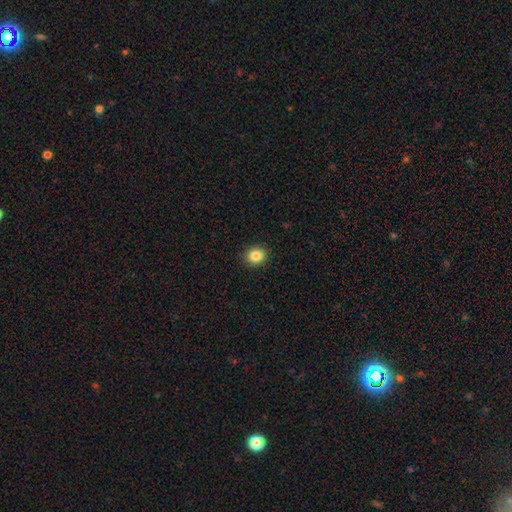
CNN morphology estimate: This appears to be a smooth galaxy with no disk features (85%) that is round (84%). Merging: none (92%).